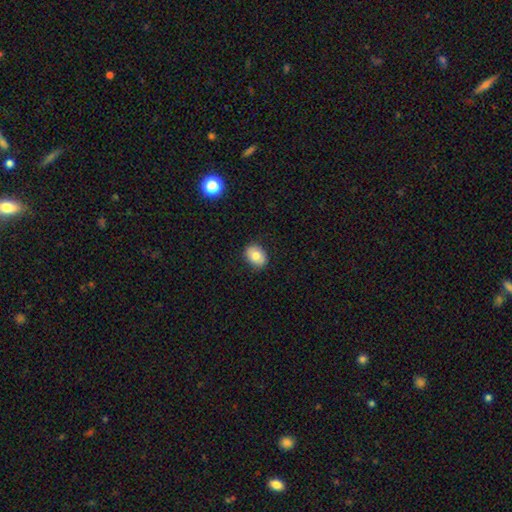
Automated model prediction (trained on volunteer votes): Smooth or featured? Predicted: smooth (p=0.77). How rounded? Predicted: in between (p=0.61). Merging? Predicted: none (p=0.87).